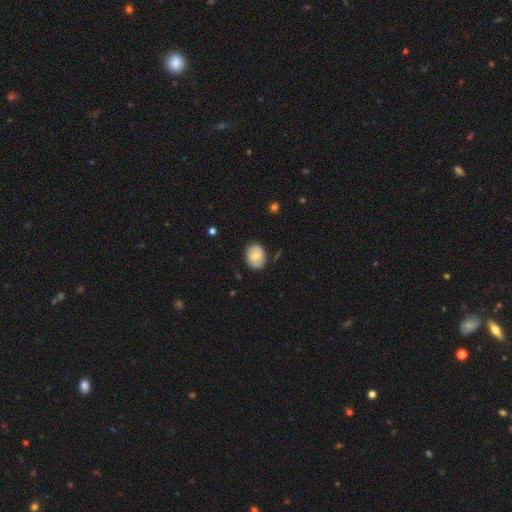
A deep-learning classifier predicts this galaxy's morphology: The model was most divided on "how rounded": in between: 60%, round: 39%, cigar-shaped: 1%. More confident: merging — none (82%); smooth or featured — smooth (69%).